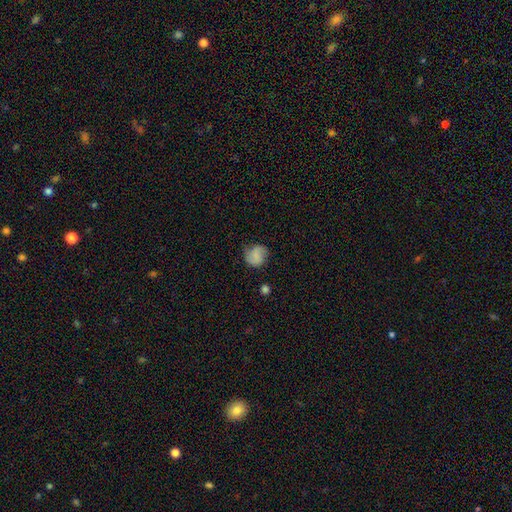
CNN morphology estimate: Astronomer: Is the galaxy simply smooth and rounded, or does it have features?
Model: smooth — 70%.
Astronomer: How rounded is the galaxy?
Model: round — 79%.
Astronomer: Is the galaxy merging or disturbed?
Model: none — 71%.